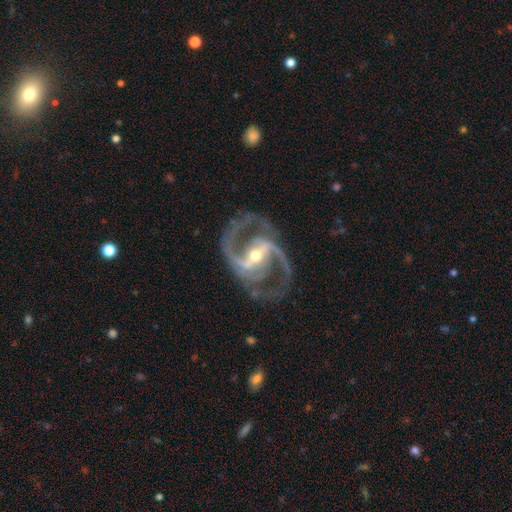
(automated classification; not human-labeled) A featured or disk galaxy (93%) with a strong bar (62%), 2 (92%) medium (64%) spiral arms (98%) and a moderate central bulge (56%). Merging: none (78%).